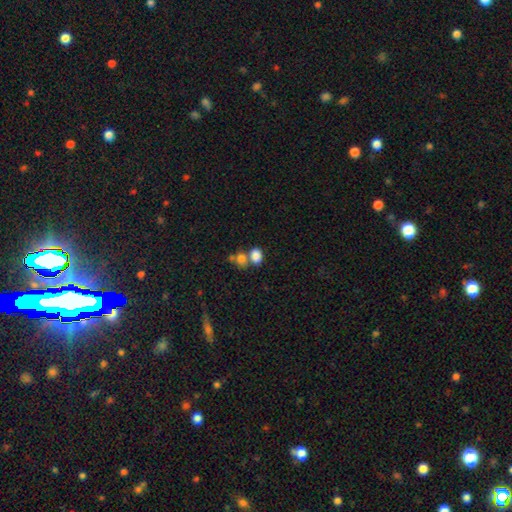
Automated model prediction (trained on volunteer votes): A smooth galaxy with no disk features (84%) that is in between round and cigar-shaped (67%). Merging: none (45%).